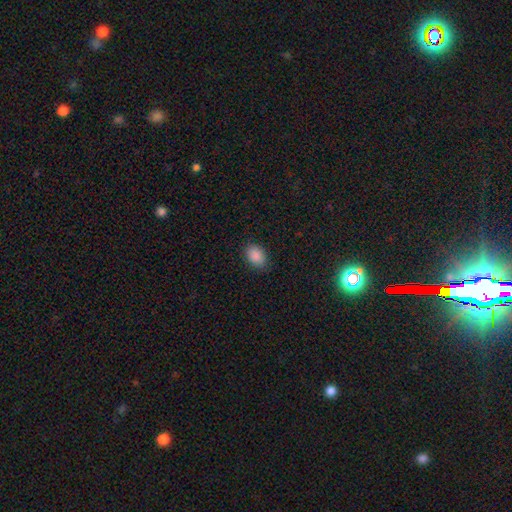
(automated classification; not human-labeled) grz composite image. It shows a smooth galaxy with no disk features (89%) that is in between round and cigar-shaped (80%). Merging: none (85%).